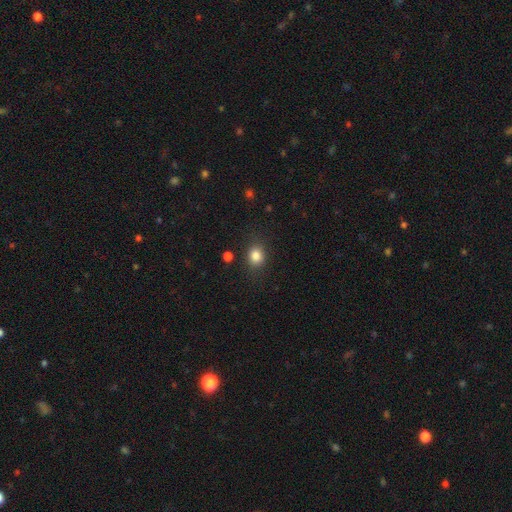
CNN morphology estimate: This is clearly a smooth galaxy (84%). How rounded: likely round (61%). Merging: clearly none (83%).